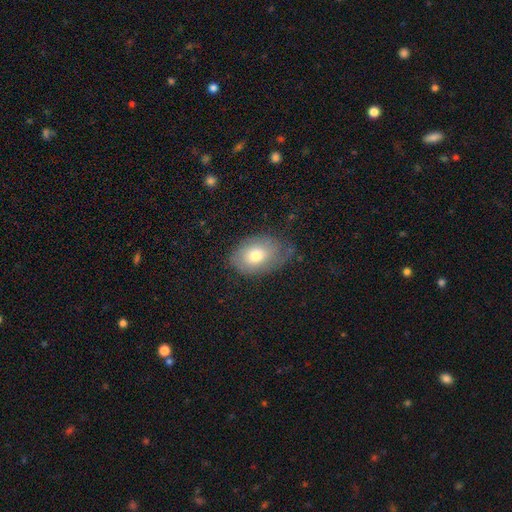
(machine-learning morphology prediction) Smooth or featured? smooth (71%)
How rounded? in between (81%)
Merging? none (56%)